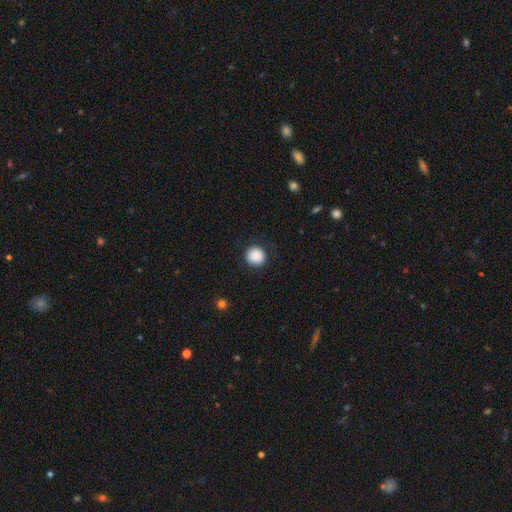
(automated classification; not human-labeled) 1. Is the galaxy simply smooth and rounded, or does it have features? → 88% smooth, 8% star or artifact, 3% featured or disk.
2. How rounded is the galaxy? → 92% round, 7% in between, 1% cigar-shaped.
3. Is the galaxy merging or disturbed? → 88% none, 8% minor disturbance, 3% major disturbance, 1% merger.